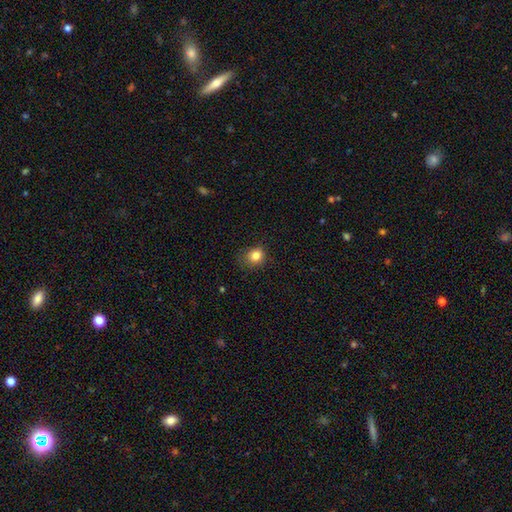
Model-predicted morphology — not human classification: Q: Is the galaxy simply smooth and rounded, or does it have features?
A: smooth — 82%.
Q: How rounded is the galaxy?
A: round — 71%.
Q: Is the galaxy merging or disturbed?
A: none — 75%.